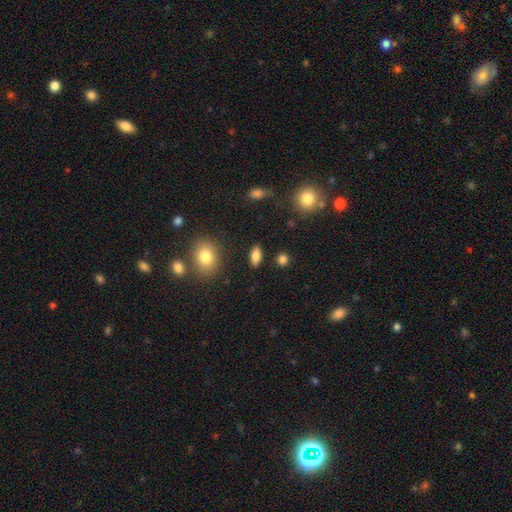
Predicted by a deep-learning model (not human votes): This appears to be a smooth galaxy with no disk features (80%) that is in between round and cigar-shaped (81%). Merging: none (87%).